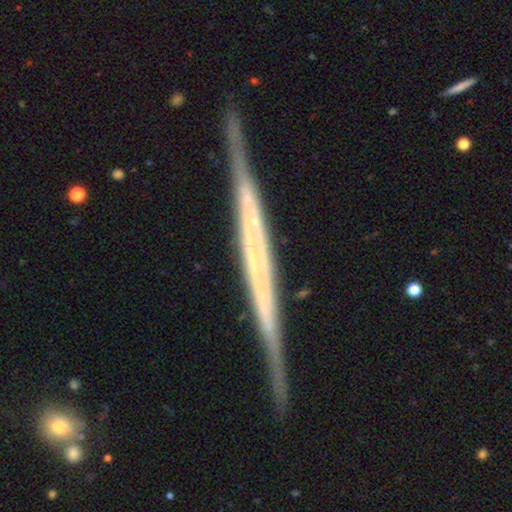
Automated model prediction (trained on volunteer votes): smooth_or_featured: featured or disk (p=0.80) [alt: smooth p=0.14]
disk_edge_on: yes (p=0.97) [alt: no p=0.03]
edge_on_bulge: none (p=0.68) [alt: boxy p=0.20]
merging: none (p=0.85) [alt: minor disturbance p=0.11]